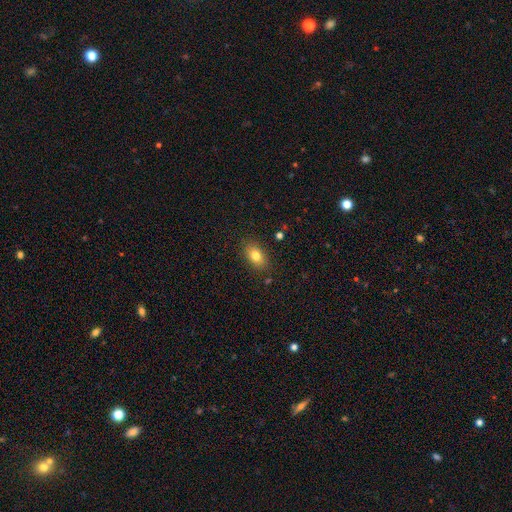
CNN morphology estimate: This appears to be a smooth galaxy with no disk features (80%) that is in between round and cigar-shaped (85%). Merging: none (85%).